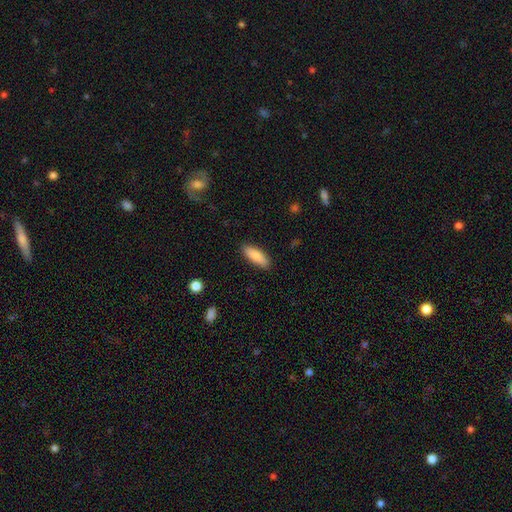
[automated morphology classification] A smooth galaxy with no disk features (87%) that is in between round and cigar-shaped (61%).

Vote fractions:
- Smooth or featured? smooth: 87% / featured or disk: 7% / star or artifact: 6%
- How rounded? in between: 61% / cigar-shaped: 37% / round: 2%
- Merging? none: 89% / minor disturbance: 8% / major disturbance: 2% / merger: 1%